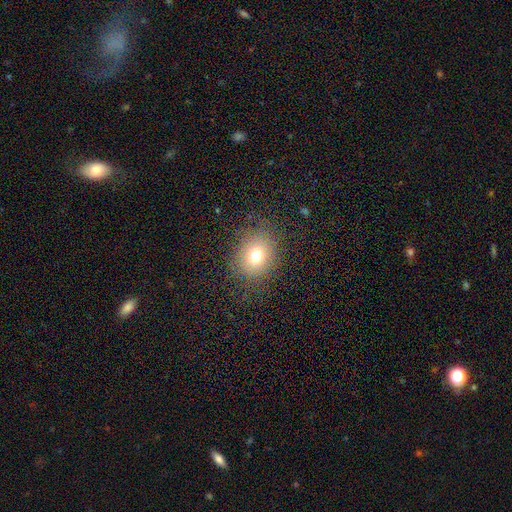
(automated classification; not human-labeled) Morphology: type=smooth (72%); roundness=round (60%); merging=none (82%).